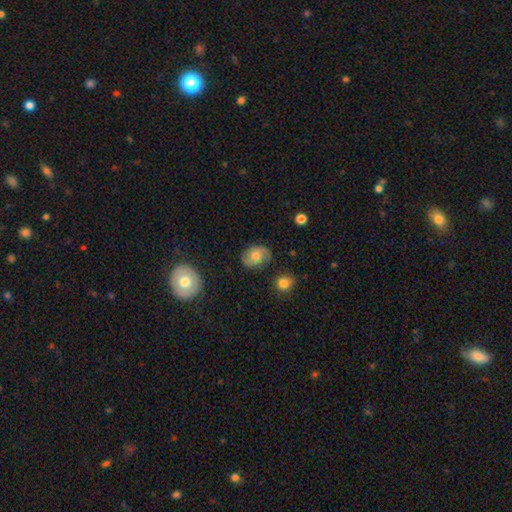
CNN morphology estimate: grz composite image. It shows a featured or disk galaxy (49%). Merging: none (77%).